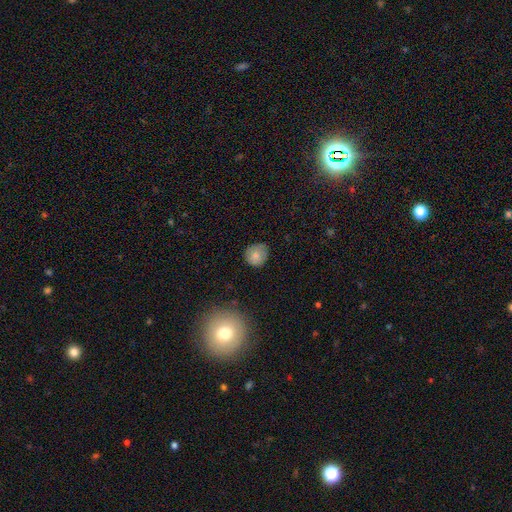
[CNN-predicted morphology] smooth-or-featured: smooth: 79% | featured or disk: 11% | star or artifact: 9%
  how-rounded: round: 85% | in between: 14% | cigar-shaped: 1%
  merging: none: 74% | minor disturbance: 21% | major disturbance: 4% | merger: 1%